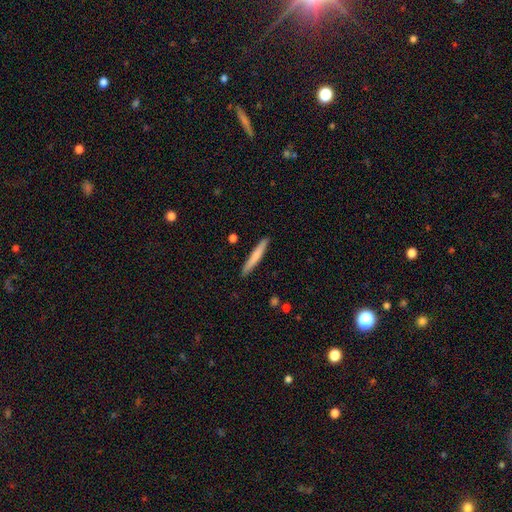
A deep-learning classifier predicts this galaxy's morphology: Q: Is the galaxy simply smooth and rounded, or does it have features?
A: smooth — 69%.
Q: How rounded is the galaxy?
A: cigar-shaped — 96%.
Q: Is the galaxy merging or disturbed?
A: none — 90%.